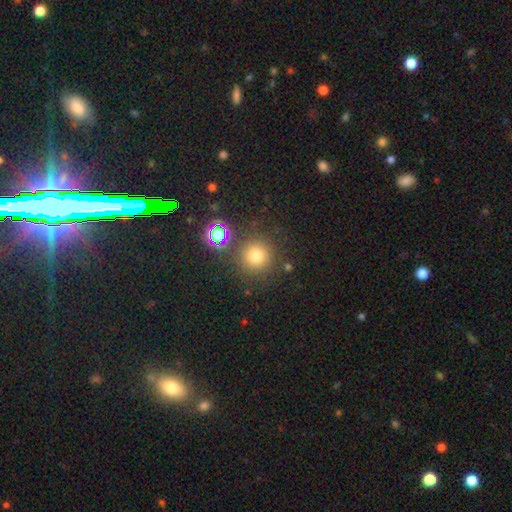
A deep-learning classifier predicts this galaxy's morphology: Smooth or featured?
  - smooth: 74% *
  - star or artifact: 19%
  - featured or disk: 7%
How rounded?
  - round: 94% *
  - in between: 5%
  - cigar-shaped: 1%
Merging?
  - none: 82% *
  - minor disturbance: 8%
  - merger: 6%
  - major disturbance: 4%